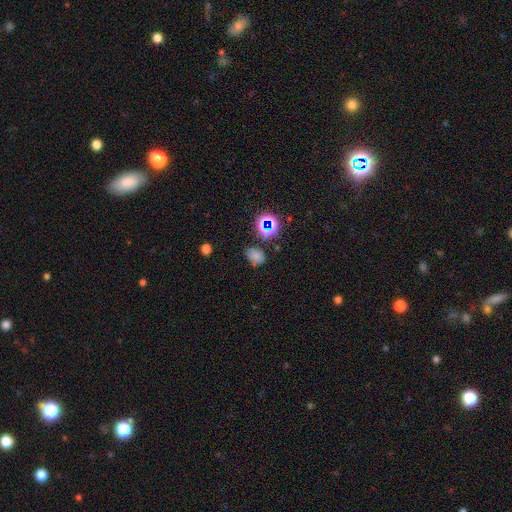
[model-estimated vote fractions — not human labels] A smooth galaxy with no disk features (66%) that is in between round and cigar-shaped (70%).

Vote fractions:
- Smooth or featured? smooth: 66% / star or artifact: 26% / featured or disk: 8%
- How rounded? in between: 70% / round: 29% / cigar-shaped: 1%
- Merging? none: 65% / minor disturbance: 22% / major disturbance: 7% / merger: 6%